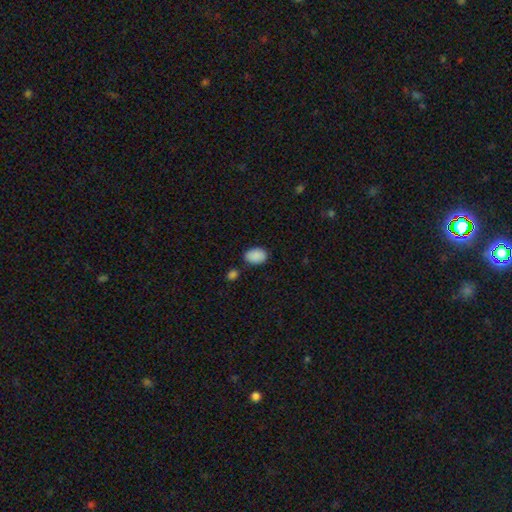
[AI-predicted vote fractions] Smooth or featured?
  - smooth: 90% *
  - star or artifact: 7%
  - featured or disk: 3%
How rounded?
  - in between: 83% *
  - round: 16%
  - cigar-shaped: 1%
Merging?
  - none: 77% *
  - minor disturbance: 14%
  - merger: 5%
  - major disturbance: 3%